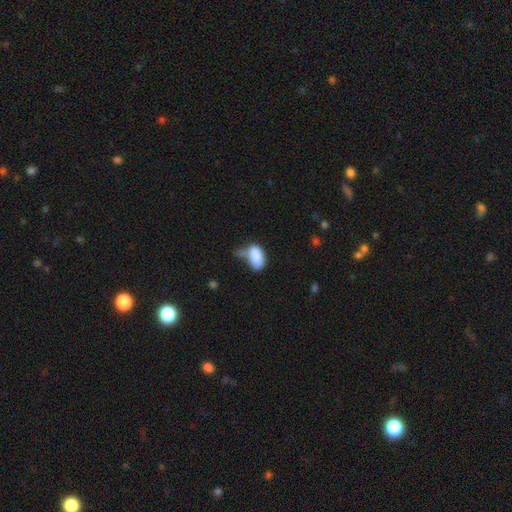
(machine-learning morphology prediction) Overall: smooth (81%). How rounded: in between (92%). Merging: minor disturbance (30%; major disturbance 26%).